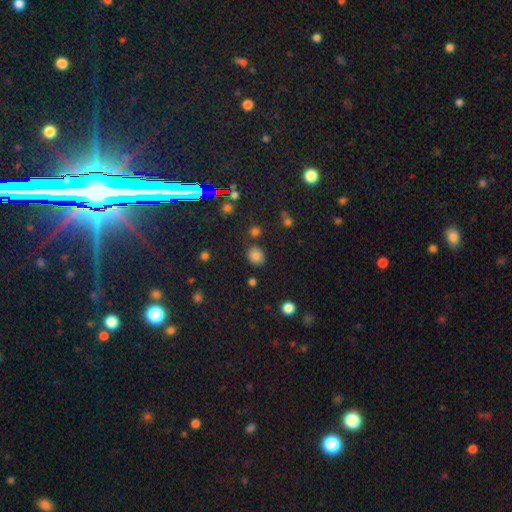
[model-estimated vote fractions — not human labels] A smooth galaxy with no disk features (79%) that is round (66%).

Vote fractions:
- Smooth or featured? smooth: 79% / star or artifact: 15% / featured or disk: 6%
- How rounded? round: 66% / in between: 33% / cigar-shaped: 1%
- Merging? none: 83% / minor disturbance: 10% / merger: 4% / major disturbance: 3%